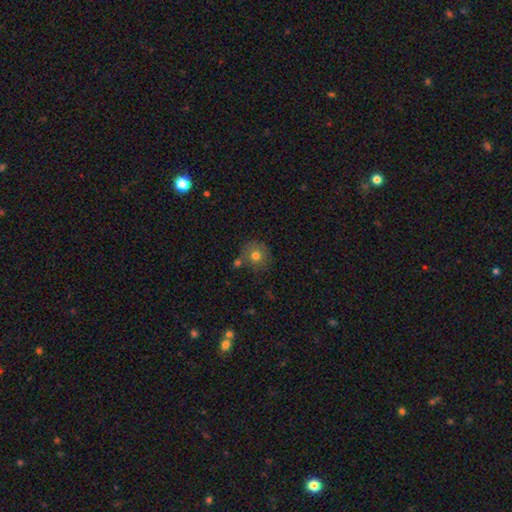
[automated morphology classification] Overall: smooth (75%). How rounded: round (87%). Merging: none (64%).